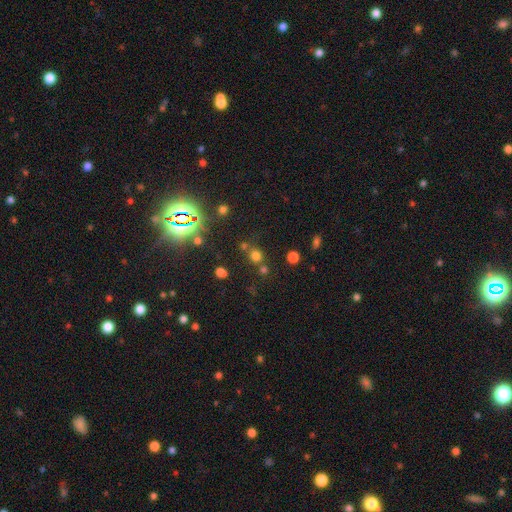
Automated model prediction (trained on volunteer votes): Smooth or featured? Predicted: smooth (p=0.61). How rounded? Predicted: round (p=0.85). Merging? Predicted: none (p=0.68).